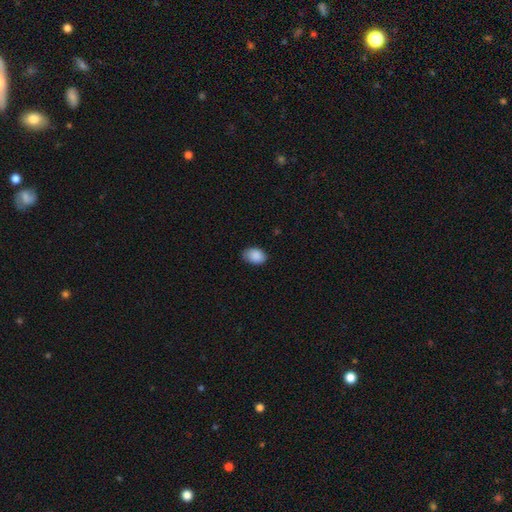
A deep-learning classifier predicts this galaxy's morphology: type=smooth (89%); roundness=in between (82%); merging=none (78%).